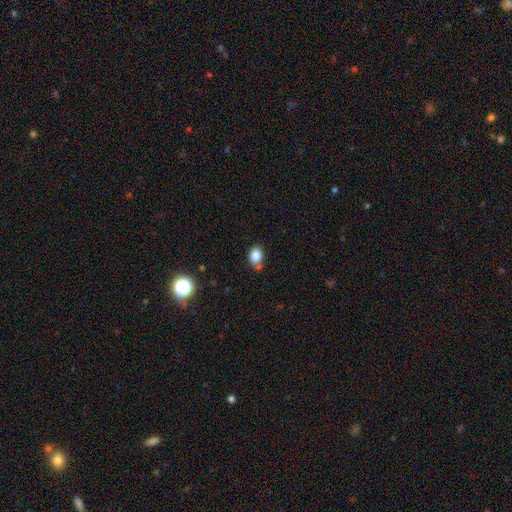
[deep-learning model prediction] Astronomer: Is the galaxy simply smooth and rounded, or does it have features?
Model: smooth — 83%.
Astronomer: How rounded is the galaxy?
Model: in between — 66%.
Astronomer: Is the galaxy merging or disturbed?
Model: none — 62%.